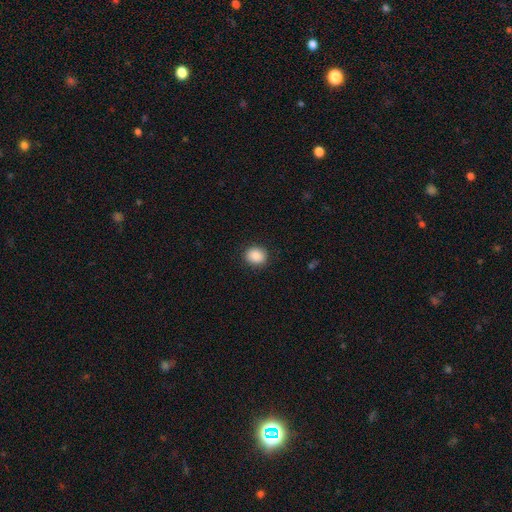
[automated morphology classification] smooth 88%, star or artifact 8%, featured or disk 4%. Down the decision tree: how rounded — round (70%); merging — none (89%).